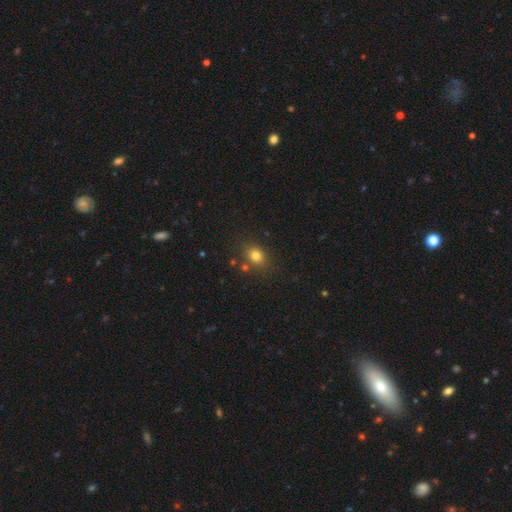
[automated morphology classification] Q: Smooth or featured?
A: smooth (78%); runner-up: star or artifact (14%)
Q: How rounded?
A: round (51%); runner-up: in between (48%)
Q: Merging?
A: none (77%); runner-up: minor disturbance (12%)